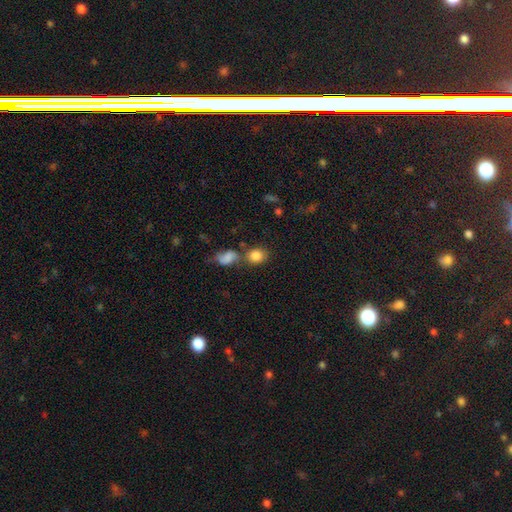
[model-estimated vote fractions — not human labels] Q: Smooth or featured?
A: smooth (84%); runner-up: star or artifact (10%)
Q: How rounded?
A: round (60%); runner-up: in between (39%)
Q: Merging?
A: none (55%); runner-up: merger (28%)